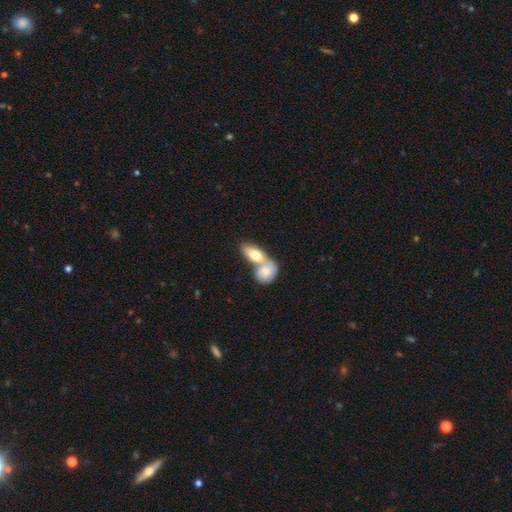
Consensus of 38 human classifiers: smooth_or_featured: smooth (p=0.66) [alt: featured or disk p=0.32]
how_rounded: in between (p=0.72) [alt: round p=0.20]
merging: merger (p=0.59) [alt: none p=0.30]